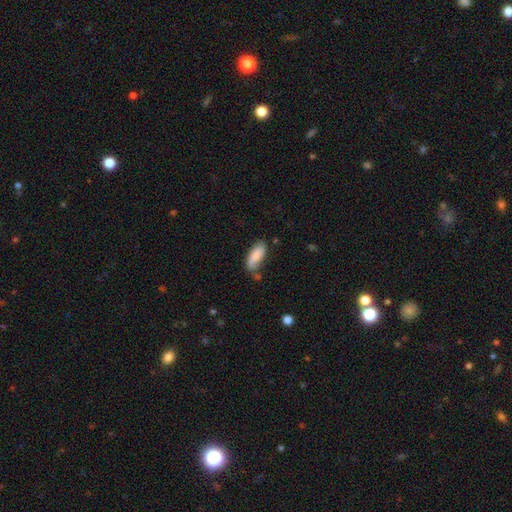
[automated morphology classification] The model was most divided on "merging": none: 62%, minor disturbance: 25%, merger: 7%, major disturbance: 6%. More confident: smooth or featured — smooth (82%); how rounded — in between (81%).